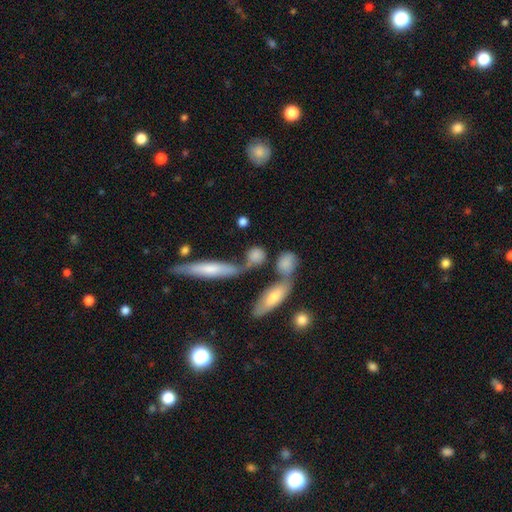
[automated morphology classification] smooth-or-featured: smooth: 76% | featured or disk: 16% | star or artifact: 8%
  how-rounded: round: 45% | in between: 36% | cigar-shaped: 20%
  merging: none: 50% | merger: 28% | minor disturbance: 15% | major disturbance: 8%